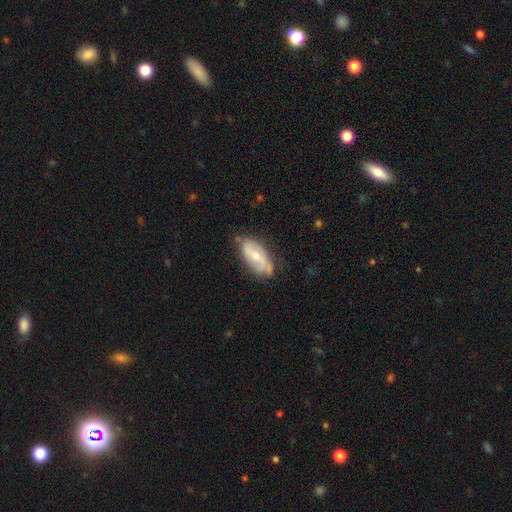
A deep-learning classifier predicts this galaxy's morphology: Q: Smooth or featured?
A: featured or disk (58%); runner-up: smooth (36%)
Q: Edge-on disk?
A: no (90%); runner-up: yes (10%)
Q: Bar?
A: no (44%); runner-up: weak (40%)
Q: Spiral arms?
A: yes (74%); runner-up: no (26%)
Q: Bulge size?
A: moderate (52%); runner-up: small (44%)
Q: Merging?
A: none (62%); runner-up: minor disturbance (28%)